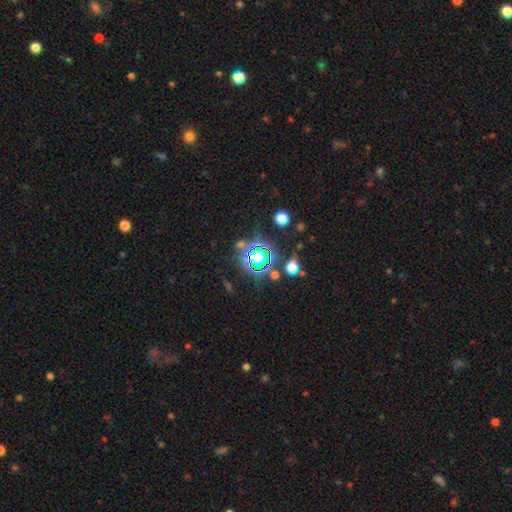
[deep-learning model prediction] Q: Smooth or featured?
A: star or artifact (57%); runner-up: smooth (30%)